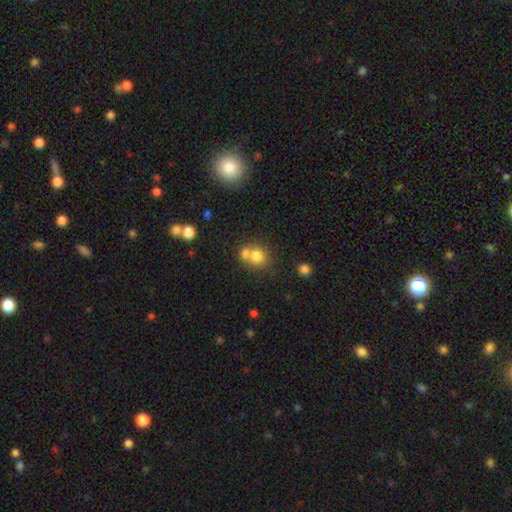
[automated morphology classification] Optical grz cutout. It shows a smooth galaxy with no disk features (75%) that is round (76%). Merging: merger (48%).